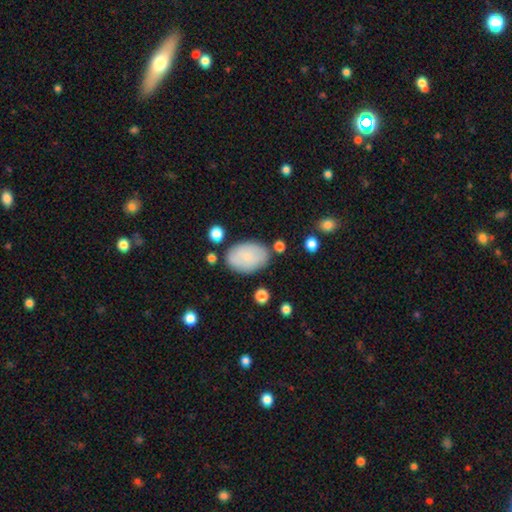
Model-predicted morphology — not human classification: smooth-or-featured: smooth: 78% | featured or disk: 15% | star or artifact: 7%
  how-rounded: in between: 89% | round: 10% | cigar-shaped: 1%
  merging: none: 76% | minor disturbance: 16% | major disturbance: 4% | merger: 4%